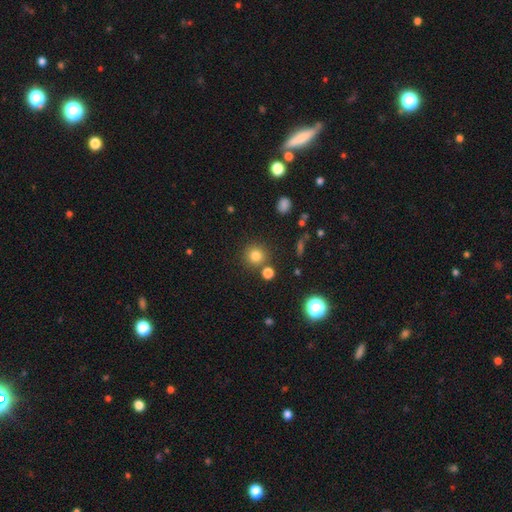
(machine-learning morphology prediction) This appears to be a smooth galaxy with no disk features (79%) that is round (92%). Merging: none (80%).